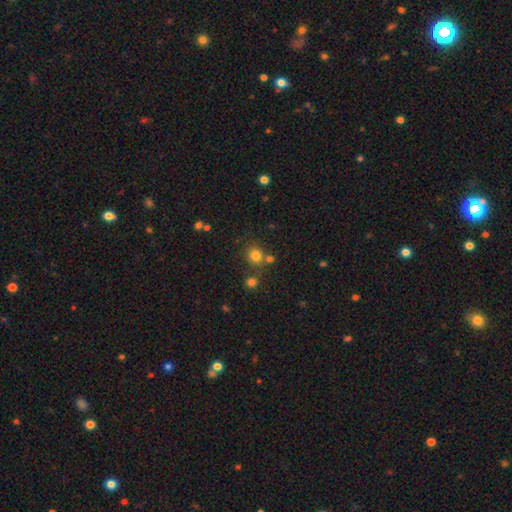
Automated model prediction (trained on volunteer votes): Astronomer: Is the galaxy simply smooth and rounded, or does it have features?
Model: smooth — 78%.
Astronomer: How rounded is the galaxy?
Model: round — 83%.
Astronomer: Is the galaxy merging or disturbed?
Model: none — 71%.